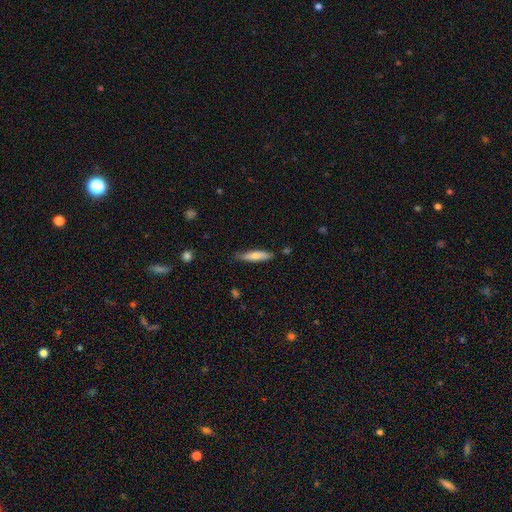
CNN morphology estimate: Smooth or featured?
  - smooth: 71% *
  - featured or disk: 23%
  - star or artifact: 6%
How rounded?
  - cigar-shaped: 81% *
  - in between: 18%
  - round: 1%
Merging?
  - none: 79% *
  - minor disturbance: 17%
  - major disturbance: 3%
  - merger: 2%